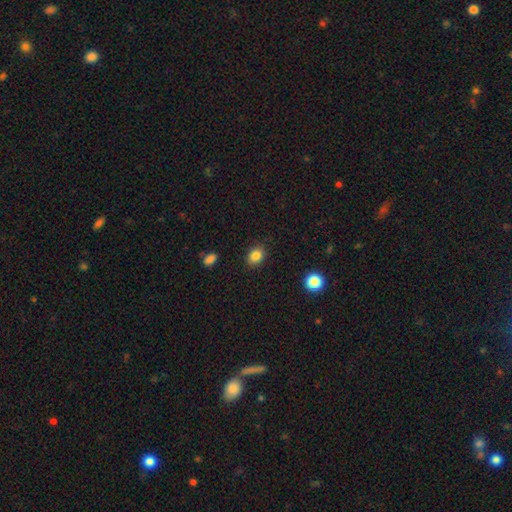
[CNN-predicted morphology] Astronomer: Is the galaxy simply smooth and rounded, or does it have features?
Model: smooth — 85%.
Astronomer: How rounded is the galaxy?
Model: in between — 60% (runner-up: round, 39%).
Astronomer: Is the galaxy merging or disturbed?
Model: none — 88%.